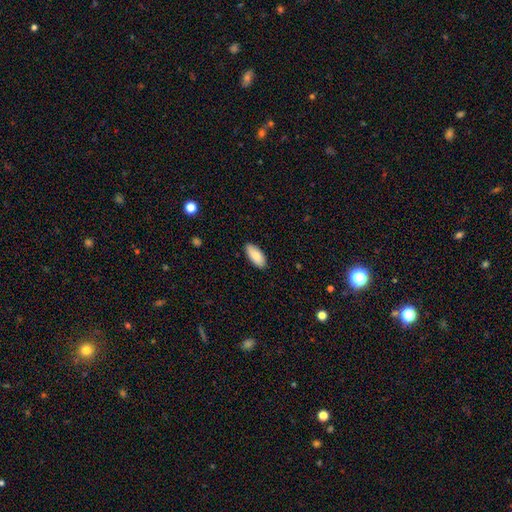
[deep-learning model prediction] Smooth or featured: smooth — 84% (featured or disk — 10%)
How rounded: in between — 88% (cigar-shaped — 10%)
Merging: none — 89% (minor disturbance — 9%)